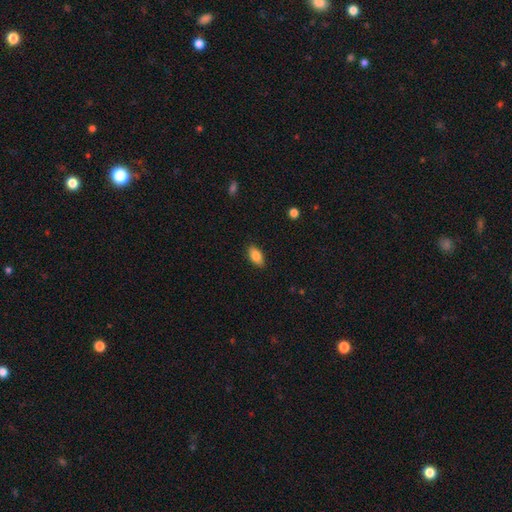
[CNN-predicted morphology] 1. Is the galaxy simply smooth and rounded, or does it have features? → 85% smooth, 7% featured or disk, 7% star or artifact.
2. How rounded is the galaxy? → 91% in between, 5% cigar-shaped, 4% round.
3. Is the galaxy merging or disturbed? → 87% none, 10% minor disturbance, 2% major disturbance, 1% merger.